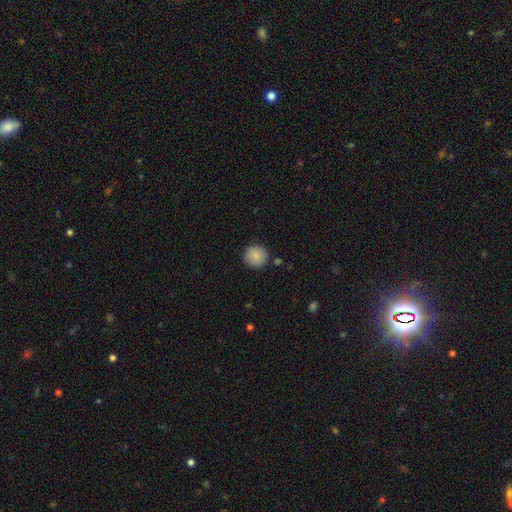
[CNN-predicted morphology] Overall: smooth (87%). How rounded: round (94%). Merging: none (87%).